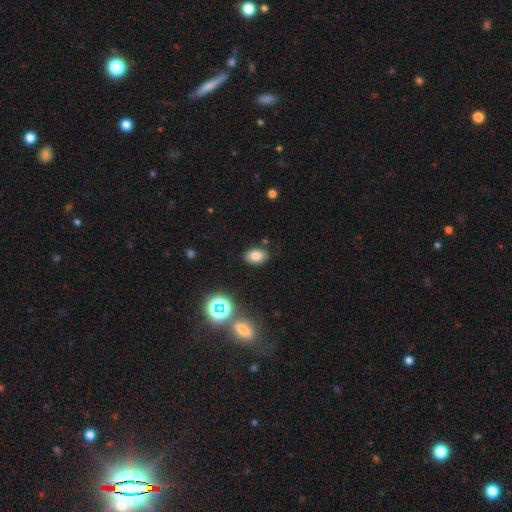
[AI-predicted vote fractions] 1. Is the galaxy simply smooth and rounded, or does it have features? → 77% smooth, 14% star or artifact, 9% featured or disk.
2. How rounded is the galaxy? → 82% in between, 17% round, 1% cigar-shaped.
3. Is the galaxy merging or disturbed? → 85% none, 10% minor disturbance, 3% major disturbance, 3% merger.